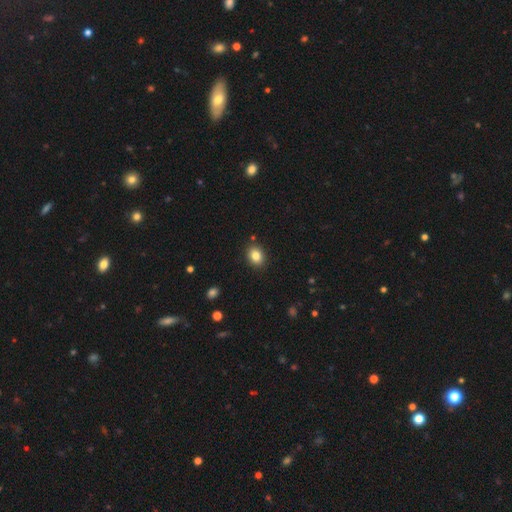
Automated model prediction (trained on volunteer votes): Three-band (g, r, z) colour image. It shows a smooth galaxy with no disk features (83%) that is in between round and cigar-shaped (61%). Merging: none (87%).